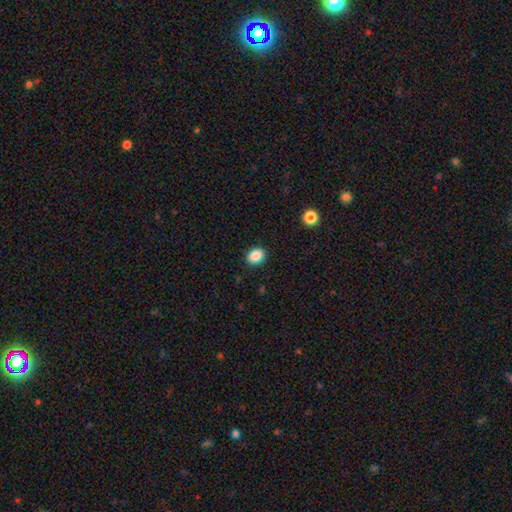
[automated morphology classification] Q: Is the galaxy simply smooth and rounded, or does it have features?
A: smooth — 87%.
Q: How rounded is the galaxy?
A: round — 53%.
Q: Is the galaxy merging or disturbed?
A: none — 90%.